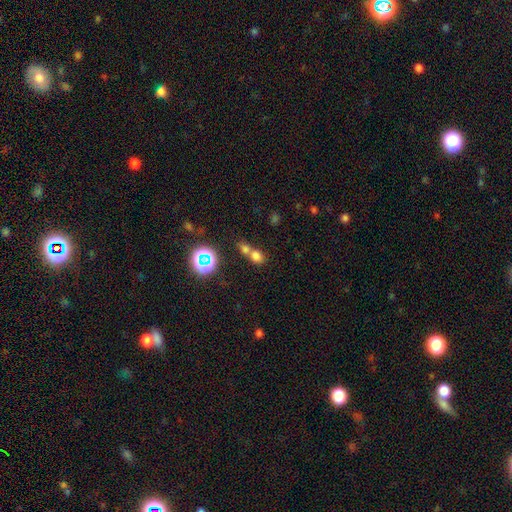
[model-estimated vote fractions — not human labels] Morphology: type=smooth (69%); roundness=round (52%); merging=merger (54%).